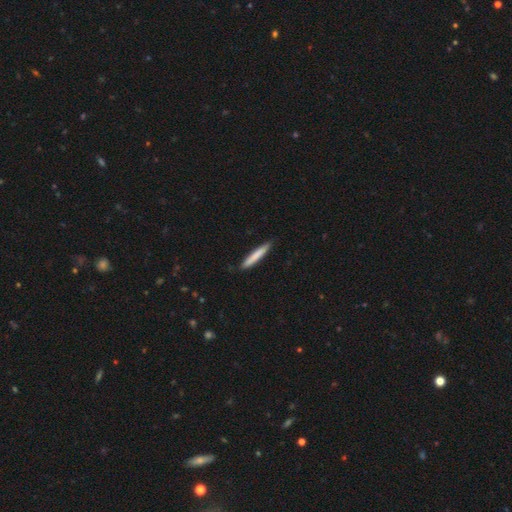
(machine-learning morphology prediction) A smooth galaxy with no disk features (77%) that is cigar-shaped (95%).

Vote fractions:
- Smooth or featured? smooth: 77% / featured or disk: 18% / star or artifact: 5%
- How rounded? cigar-shaped: 95% / in between: 4% / round: 1%
- Merging? none: 88% / minor disturbance: 9% / major disturbance: 1% / merger: 1%